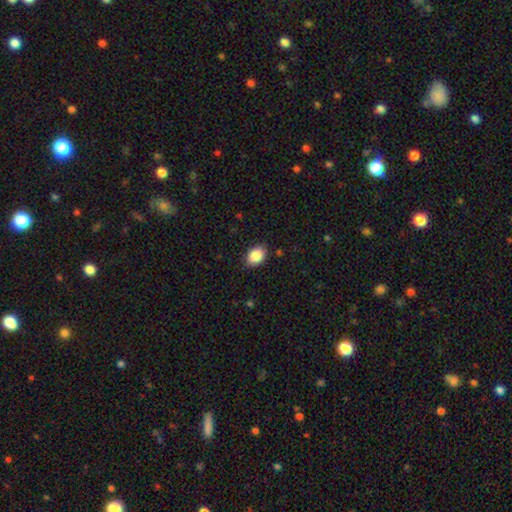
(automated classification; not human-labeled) Smooth or featured?
  - smooth: 88% *
  - star or artifact: 8%
  - featured or disk: 4%
How rounded?
  - in between: 74% *
  - round: 25%
  - cigar-shaped: 1%
Merging?
  - none: 85% *
  - minor disturbance: 12%
  - major disturbance: 2%
  - merger: 1%